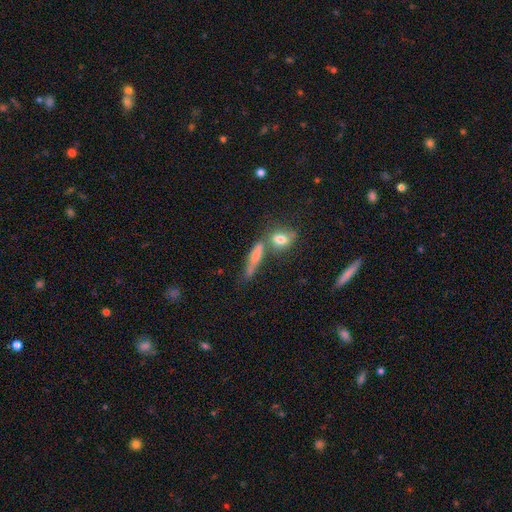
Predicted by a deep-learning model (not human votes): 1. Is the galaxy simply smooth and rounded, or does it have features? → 63% smooth, 26% featured or disk, 11% star or artifact.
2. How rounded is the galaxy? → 66% cigar-shaped, 28% in between, 6% round.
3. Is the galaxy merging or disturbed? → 45% none, 32% merger, 15% minor disturbance, 8% major disturbance.